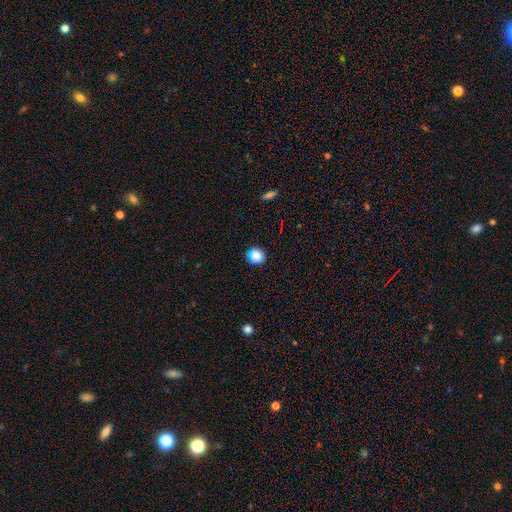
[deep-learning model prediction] Q: Smooth or featured?
A: smooth (79%); runner-up: star or artifact (16%)
Q: How rounded?
A: round (83%); runner-up: in between (15%)
Q: Merging?
A: none (80%); runner-up: minor disturbance (13%)